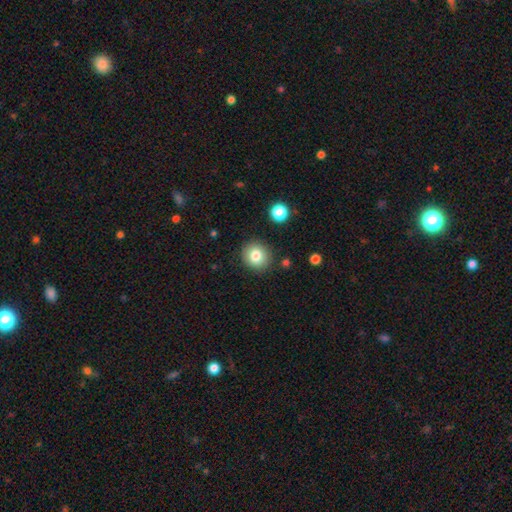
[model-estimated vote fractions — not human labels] Smooth or featured? Predicted: smooth (p=0.81). How rounded? Predicted: round (p=0.86). Merging? Predicted: none (p=0.88).